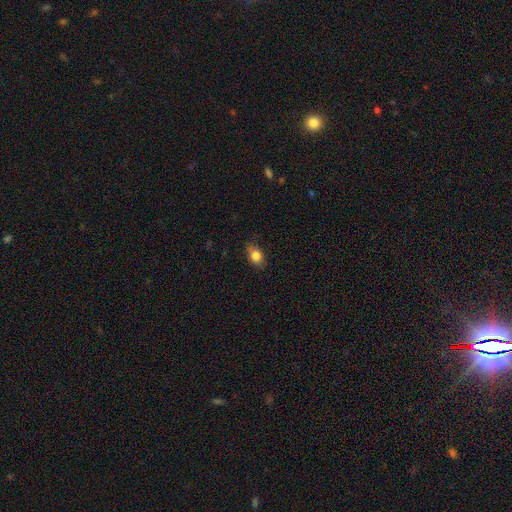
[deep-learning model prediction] Q: Smooth or featured?
A: smooth (82%); runner-up: star or artifact (10%)
Q: How rounded?
A: in between (63%); runner-up: round (34%)
Q: Merging?
A: none (69%); runner-up: minor disturbance (24%)